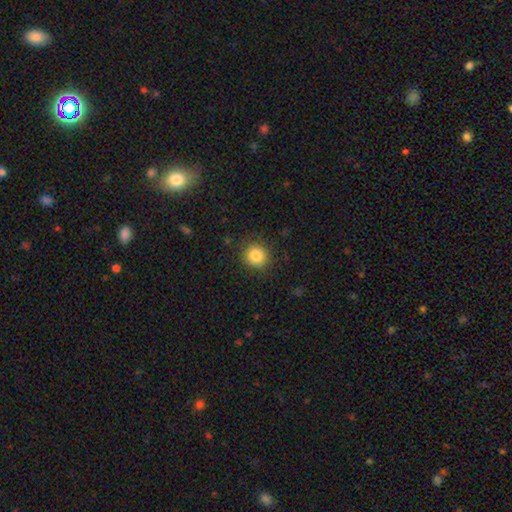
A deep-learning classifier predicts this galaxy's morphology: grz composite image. It shows a smooth galaxy with no disk features (84%) that is round (89%). Merging: none (88%).